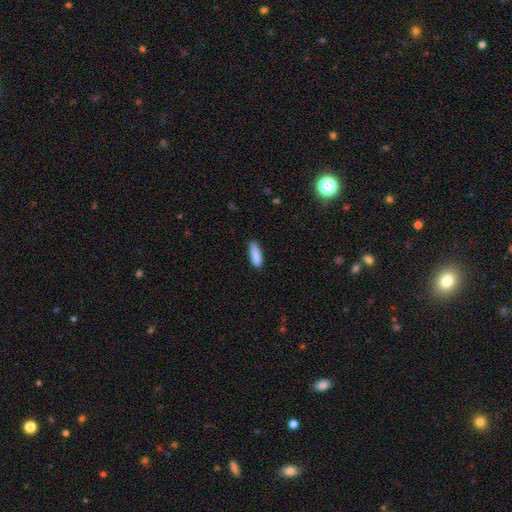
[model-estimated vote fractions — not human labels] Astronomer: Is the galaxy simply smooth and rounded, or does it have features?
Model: smooth — 88%.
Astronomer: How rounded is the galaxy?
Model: cigar-shaped — 59% (runner-up: in between, 39%).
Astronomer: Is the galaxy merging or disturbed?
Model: none — 78%.